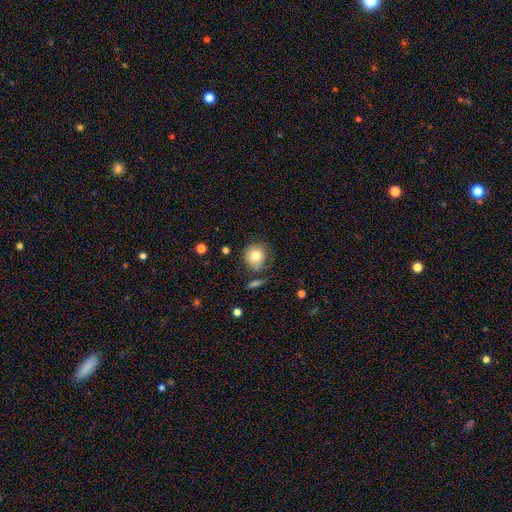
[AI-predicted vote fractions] A smooth galaxy with no disk features (77%) that is round (86%).

Vote fractions:
- Smooth or featured? smooth: 77% / featured or disk: 14% / star or artifact: 9%
- How rounded? round: 86% / in between: 13% / cigar-shaped: 1%
- Merging? none: 66% / minor disturbance: 20% / major disturbance: 7% / merger: 6%